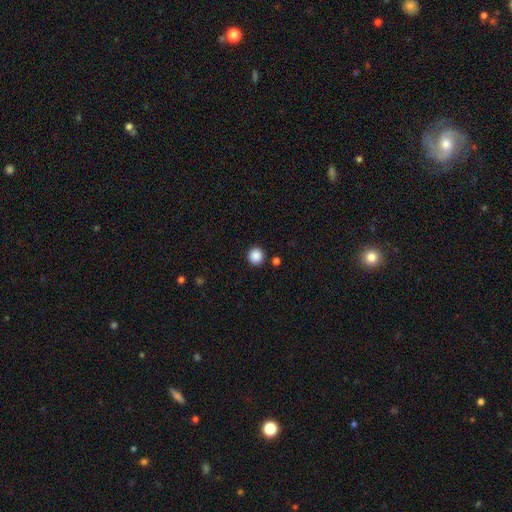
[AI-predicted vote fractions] Smooth or featured? Predicted: smooth (p=0.88). How rounded? Predicted: round (p=0.94). Merging? Predicted: none (p=0.91).